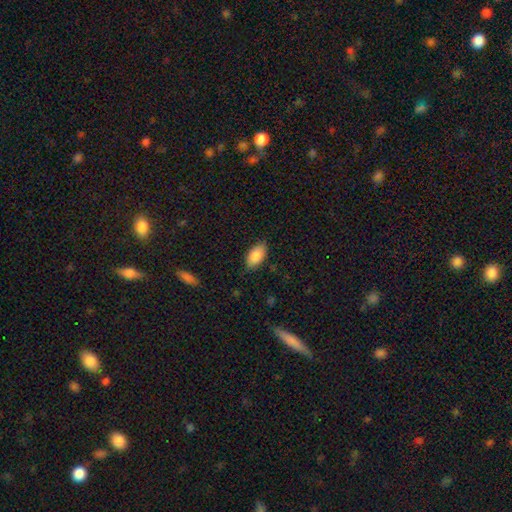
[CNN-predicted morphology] This is clearly a smooth galaxy (87%). How rounded: clearly in between (94%). Merging: clearly none (83%).